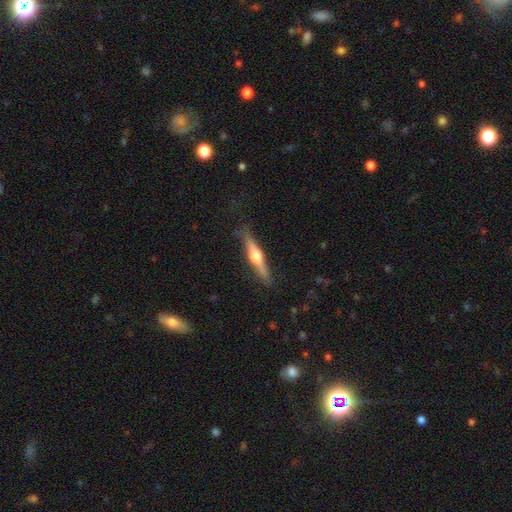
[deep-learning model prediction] featured or disk 65%, smooth 29%, star or artifact 5%. Down the decision tree: edge-on disk — yes (97%); edge-on bulge — rounded (92%); merging — none (85%).